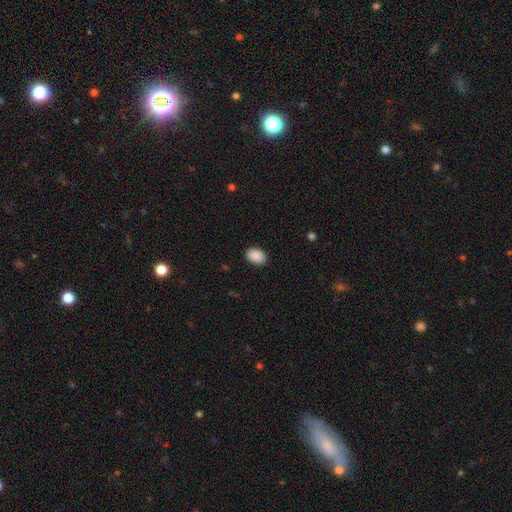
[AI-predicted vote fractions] This appears to be a smooth galaxy with no disk features (90%) that is in between round and cigar-shaped (79%). Merging: none (88%).